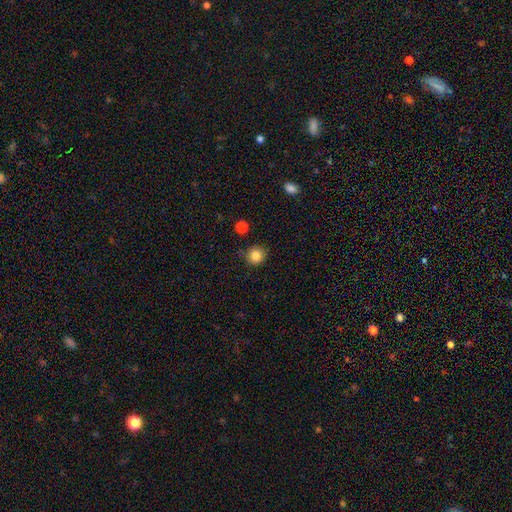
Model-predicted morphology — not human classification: Overall: smooth (84%). How rounded: round (91%). Merging: none (86%).